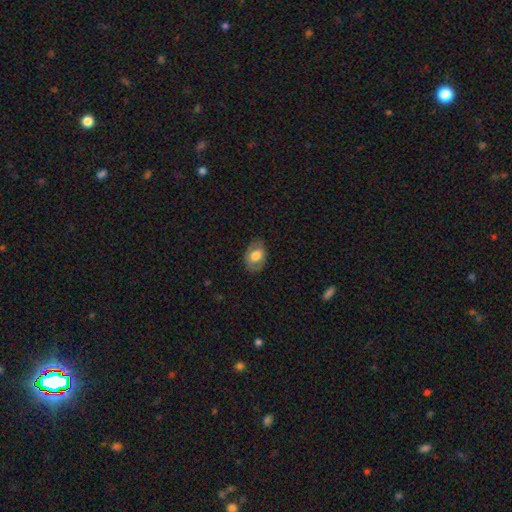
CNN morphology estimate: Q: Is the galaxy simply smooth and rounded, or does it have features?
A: smooth — 65%.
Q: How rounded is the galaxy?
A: in between — 83%.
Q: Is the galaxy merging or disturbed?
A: none — 80%.